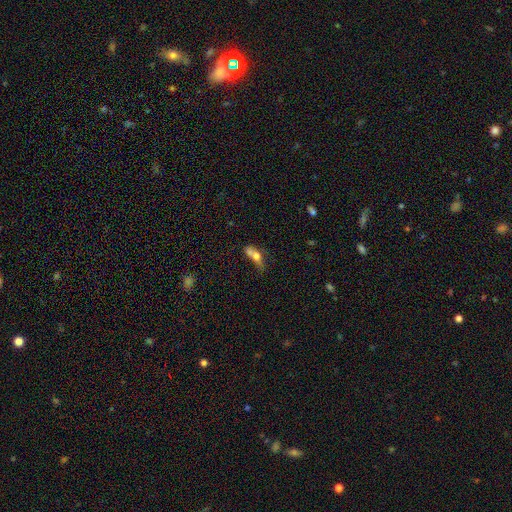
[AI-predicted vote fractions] This appears to be a smooth galaxy with no disk features (60%) that is in between round and cigar-shaped (60%). Merging: merger (49%).